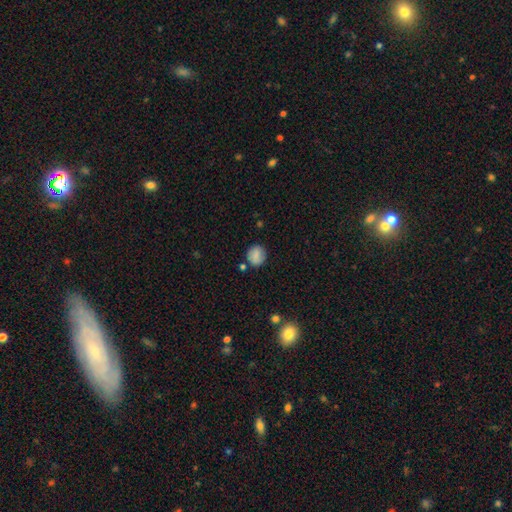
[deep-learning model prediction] A smooth galaxy with no disk features (83%) that is round (76%).

Vote fractions:
- Smooth or featured? smooth: 83% / star or artifact: 9% / featured or disk: 8%
- How rounded? round: 76% / in between: 23% / cigar-shaped: 1%
- Merging? none: 78% / minor disturbance: 14% / merger: 5% / major disturbance: 4%